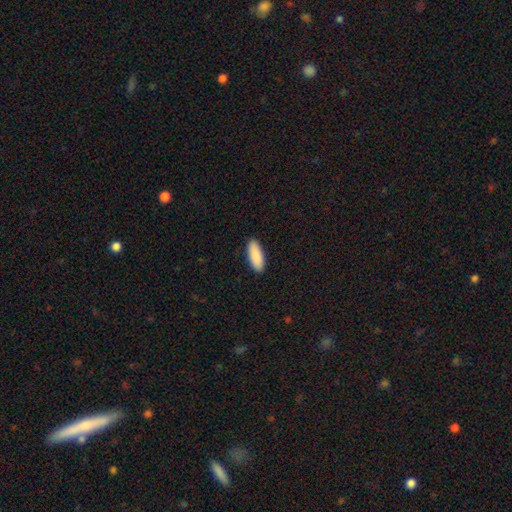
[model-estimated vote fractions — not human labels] Morphology: type=smooth (91%); roundness=in between (79%); merging=none (91%).